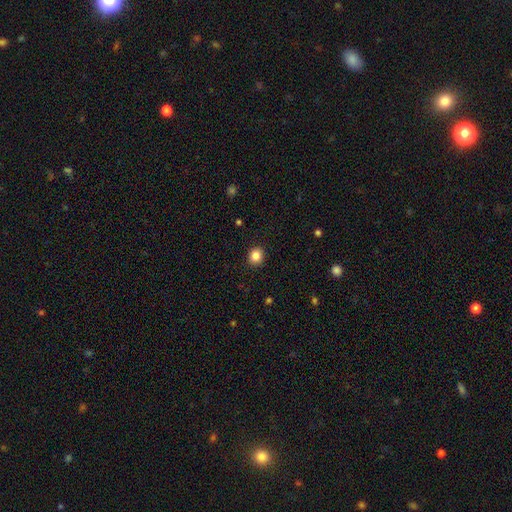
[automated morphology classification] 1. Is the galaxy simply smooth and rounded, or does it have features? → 84% smooth, 11% star or artifact, 5% featured or disk.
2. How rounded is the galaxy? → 81% round, 18% in between, 1% cigar-shaped.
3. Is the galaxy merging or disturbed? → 92% none, 6% minor disturbance, 2% major disturbance, 1% merger.